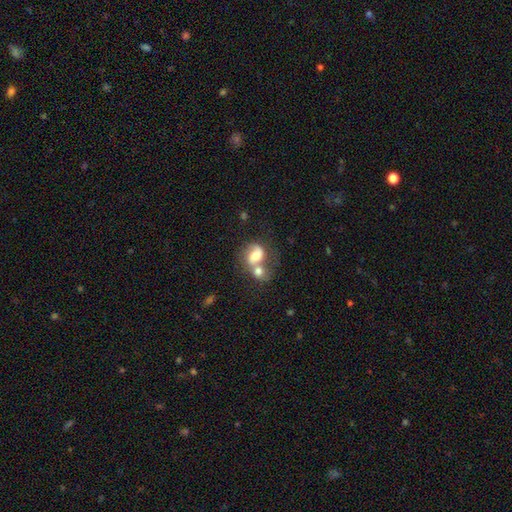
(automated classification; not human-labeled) The model was most divided on "smooth or featured": smooth: 48%, featured or disk: 43%, star or artifact: 9%. More confident: merging — merger (67%).